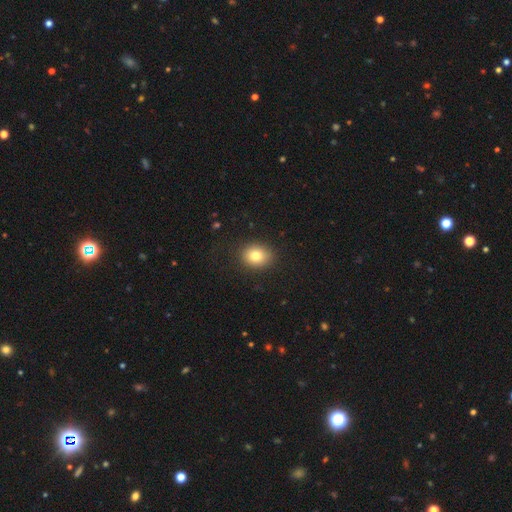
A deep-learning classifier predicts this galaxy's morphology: The model was most divided on "how rounded": round: 59%, in between: 40%, cigar-shaped: 1%. More confident: merging — none (87%); smooth or featured — smooth (81%).